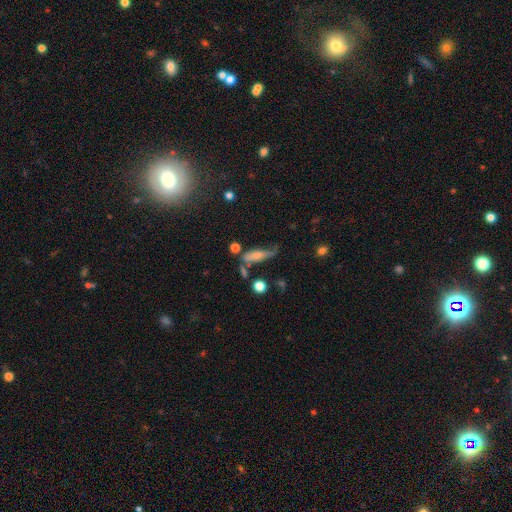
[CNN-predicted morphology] Smooth or featured? smooth (62%)
How rounded? cigar-shaped (57%)
Merging? none (39%)